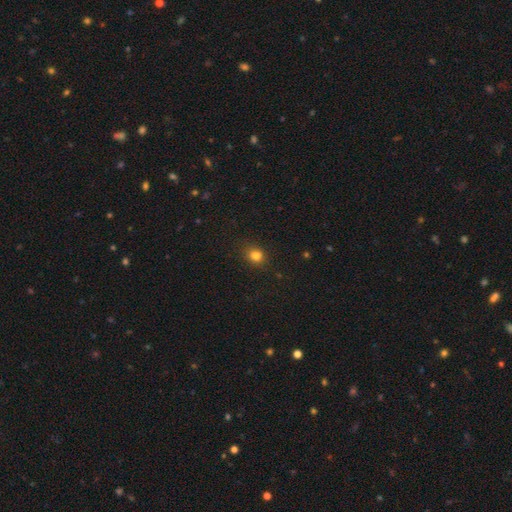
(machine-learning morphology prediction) Smooth or featured?
  - smooth: 81% *
  - star or artifact: 14%
  - featured or disk: 5%
How rounded?
  - round: 77% *
  - in between: 22%
  - cigar-shaped: 1%
Merging?
  - none: 88% *
  - minor disturbance: 8%
  - major disturbance: 2%
  - merger: 1%